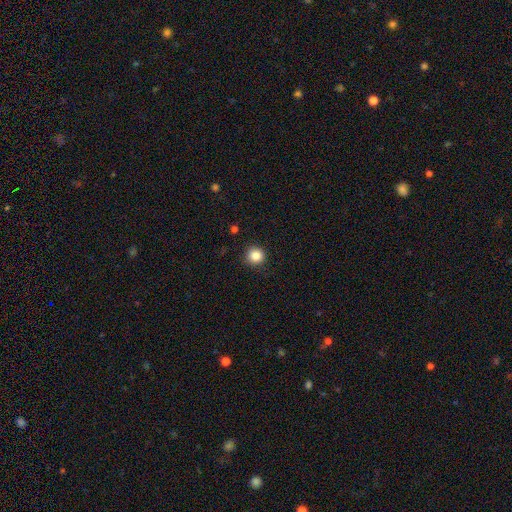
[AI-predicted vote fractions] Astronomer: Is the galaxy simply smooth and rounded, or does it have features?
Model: smooth — 85%.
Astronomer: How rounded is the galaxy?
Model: round — 94%.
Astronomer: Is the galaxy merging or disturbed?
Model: none — 91%.